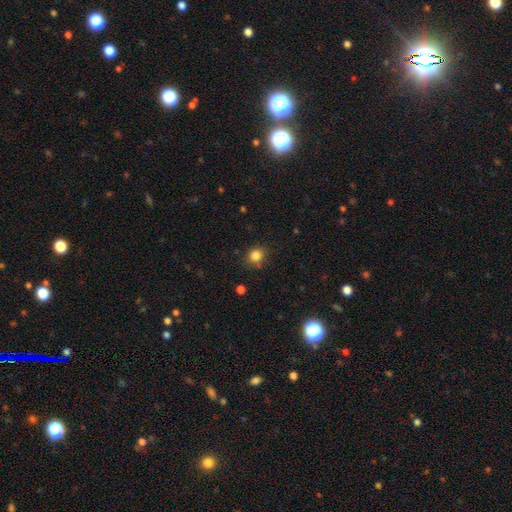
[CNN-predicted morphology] Q: Smooth or featured?
A: smooth (83%); runner-up: star or artifact (12%)
Q: How rounded?
A: round (83%); runner-up: in between (16%)
Q: Merging?
A: none (79%); runner-up: minor disturbance (14%)